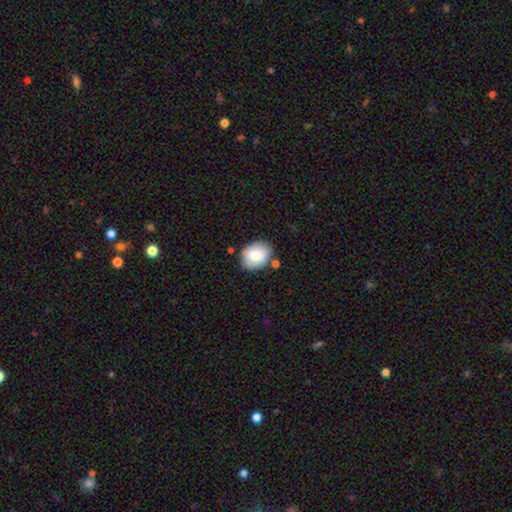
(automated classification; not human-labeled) smooth-or-featured: smooth: 79% | featured or disk: 14% | star or artifact: 7%
  how-rounded: in between: 57% | round: 42% | cigar-shaped: 1%
  merging: none: 76% | minor disturbance: 15% | merger: 6% | major disturbance: 3%